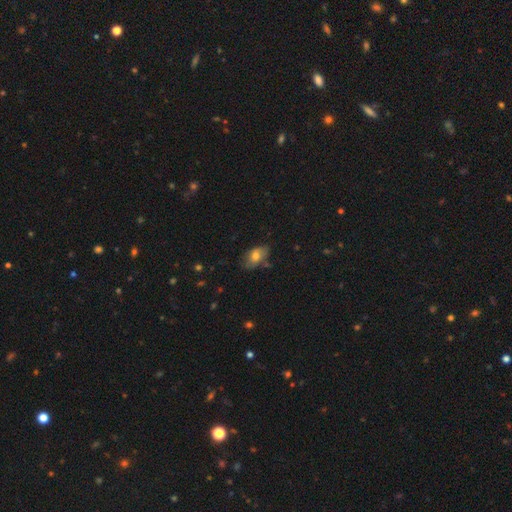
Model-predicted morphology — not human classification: This appears to be a smooth galaxy with no disk features (68%) that is in between round and cigar-shaped (88%). Merging: none (61%).